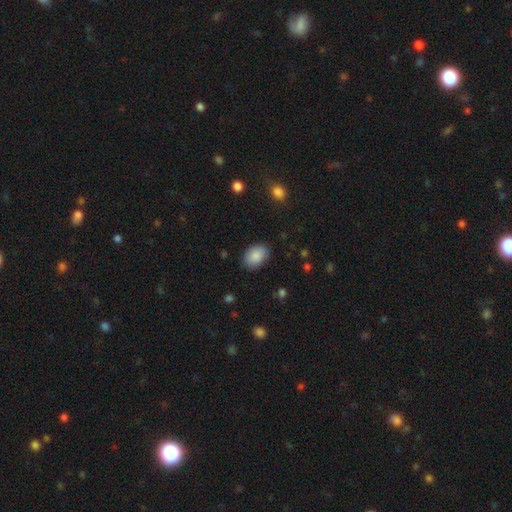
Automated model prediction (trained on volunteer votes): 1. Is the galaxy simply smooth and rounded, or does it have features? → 88% smooth, 7% star or artifact, 5% featured or disk.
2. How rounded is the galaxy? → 84% in between, 15% round, 1% cigar-shaped.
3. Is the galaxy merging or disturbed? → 85% none, 11% minor disturbance, 3% major disturbance, 1% merger.